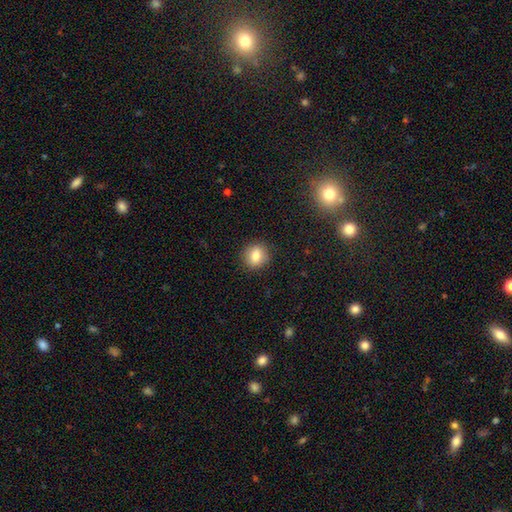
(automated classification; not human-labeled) smooth-or-featured: smooth: 82% | star or artifact: 10% | featured or disk: 9%
  how-rounded: round: 80% | in between: 19% | cigar-shaped: 1%
  merging: none: 90% | minor disturbance: 7% | major disturbance: 2% | merger: 1%